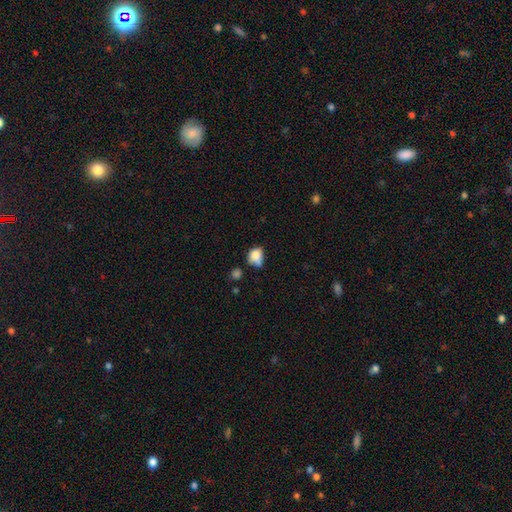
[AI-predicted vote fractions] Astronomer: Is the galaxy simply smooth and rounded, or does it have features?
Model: smooth — 77%.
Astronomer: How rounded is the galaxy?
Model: in between — 60% (runner-up: round, 38%).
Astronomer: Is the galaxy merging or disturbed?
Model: minor disturbance — 39% (runner-up: none, 30%).